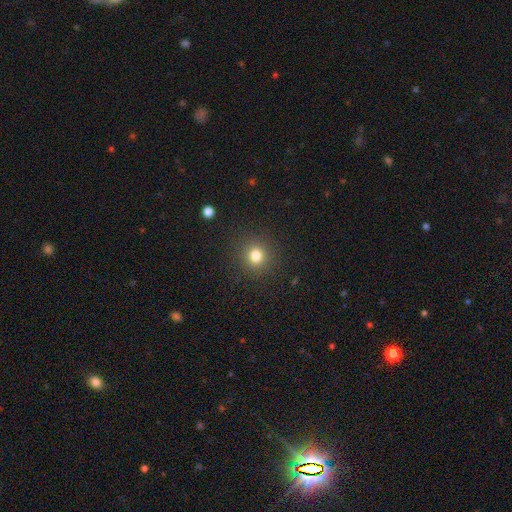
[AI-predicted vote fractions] Smooth or featured? smooth (79%)
How rounded? round (91%)
Merging? none (90%)